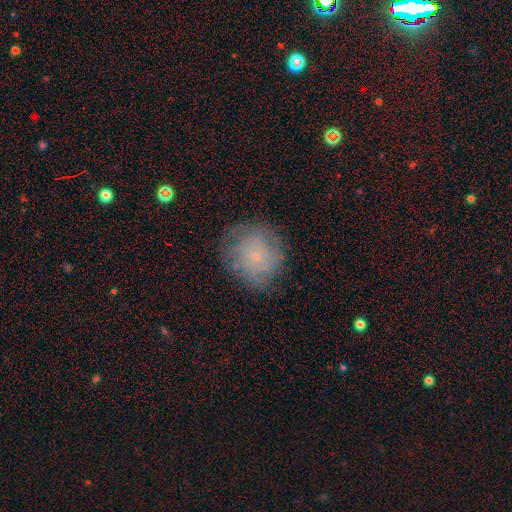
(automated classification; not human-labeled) This is possibly a featured or disk galaxy (50%). Merging: likely none (72%).